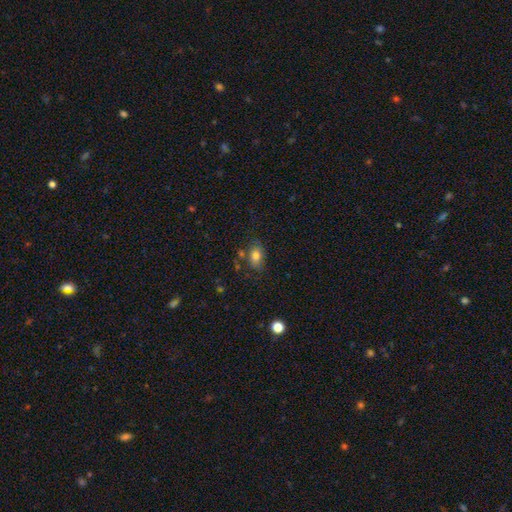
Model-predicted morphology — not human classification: Smooth or featured?
  - smooth: 79% *
  - featured or disk: 11%
  - star or artifact: 10%
How rounded?
  - in between: 81% *
  - round: 17%
  - cigar-shaped: 2%
Merging?
  - none: 71% *
  - minor disturbance: 18%
  - merger: 7%
  - major disturbance: 5%